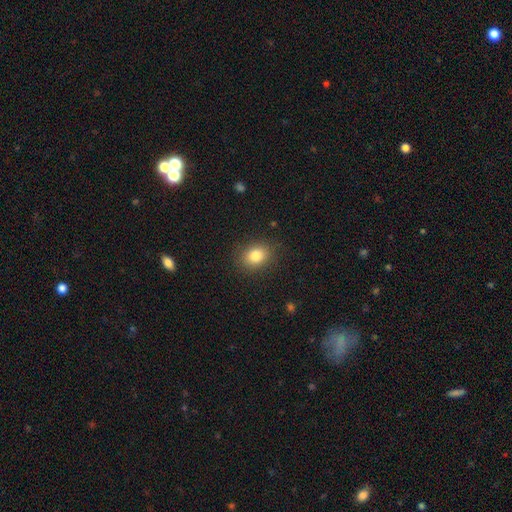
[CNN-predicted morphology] This appears to be a smooth galaxy with no disk features (83%) that is in between round and cigar-shaped (53%). Merging: none (86%).